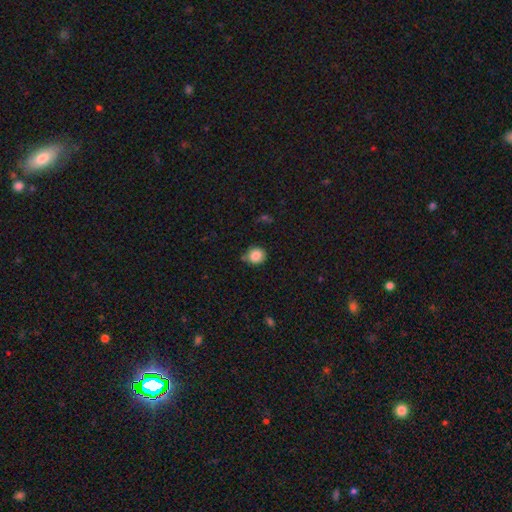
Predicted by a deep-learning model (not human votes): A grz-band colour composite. It shows a smooth galaxy with no disk features (86%) that is round (82%). Merging: none (73%).